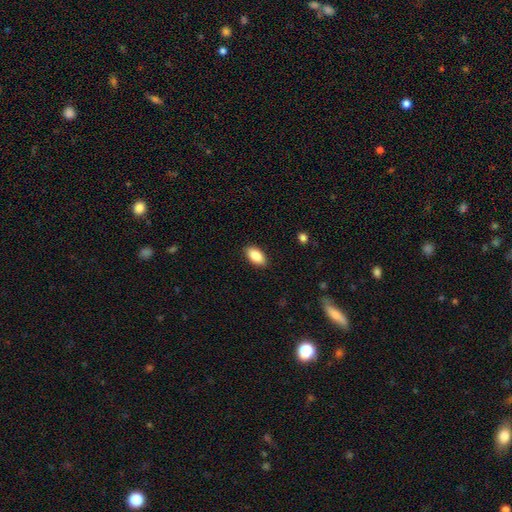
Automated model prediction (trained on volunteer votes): The model was most divided on "merging": none: 89%, minor disturbance: 8%, major disturbance: 2%, merger: 1%. More confident: how rounded — in between (94%); smooth or featured — smooth (88%).